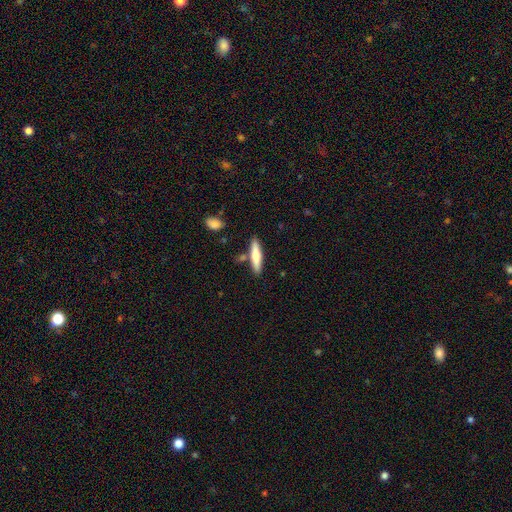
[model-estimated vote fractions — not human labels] A smooth galaxy with no disk features (63%) that is cigar-shaped (83%).

Vote fractions:
- Smooth or featured? smooth: 63% / featured or disk: 31% / star or artifact: 5%
- How rounded? cigar-shaped: 83% / in between: 15% / round: 2%
- Merging? none: 81% / minor disturbance: 10% / merger: 7% / major disturbance: 2%